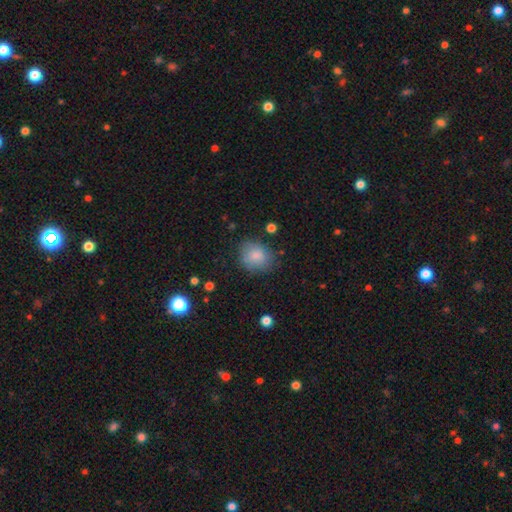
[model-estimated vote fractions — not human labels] Q: Smooth or featured?
A: smooth (83%); runner-up: featured or disk (9%)
Q: How rounded?
A: round (57%); runner-up: in between (42%)
Q: Merging?
A: none (70%); runner-up: minor disturbance (21%)